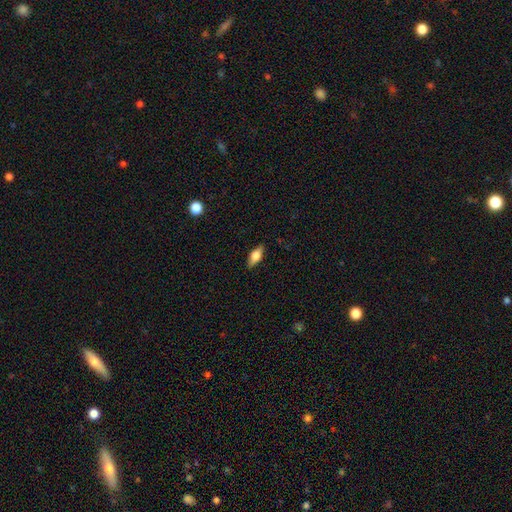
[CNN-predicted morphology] smooth 62%, featured or disk 31%, star or artifact 7%. Down the decision tree: how rounded — in between (74%); merging — none (86%).